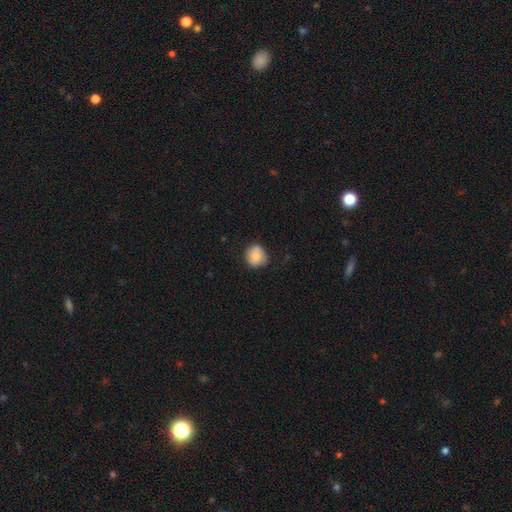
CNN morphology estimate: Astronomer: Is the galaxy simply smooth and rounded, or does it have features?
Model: smooth — 78%.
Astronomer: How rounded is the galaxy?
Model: round — 81%.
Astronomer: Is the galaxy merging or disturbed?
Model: none — 73%.